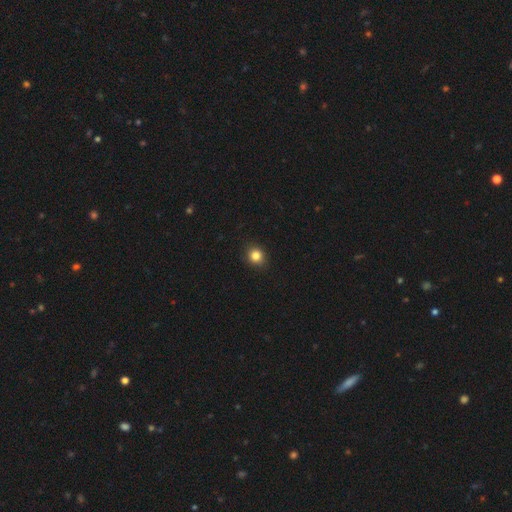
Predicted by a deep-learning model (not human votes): The model was most divided on "how rounded": round: 80%, in between: 19%, cigar-shaped: 1%. More confident: merging — none (90%); smooth or featured — smooth (84%).